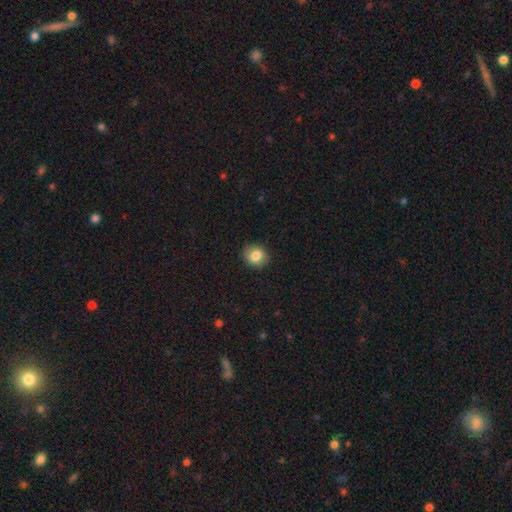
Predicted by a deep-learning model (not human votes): Smooth or featured?
  - smooth: 83% *
  - star or artifact: 9%
  - featured or disk: 8%
How rounded?
  - round: 69% *
  - in between: 30%
  - cigar-shaped: 1%
Merging?
  - none: 88% *
  - minor disturbance: 9%
  - major disturbance: 2%
  - merger: 1%